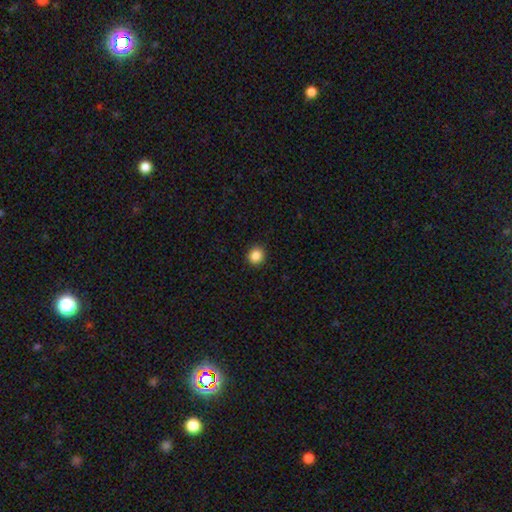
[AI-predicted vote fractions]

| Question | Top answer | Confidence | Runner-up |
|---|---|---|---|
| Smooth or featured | smooth | 86% | star or artifact (10%) |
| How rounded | round | 89% | in between (10%) |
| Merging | none | 92% | minor disturbance (6%) |